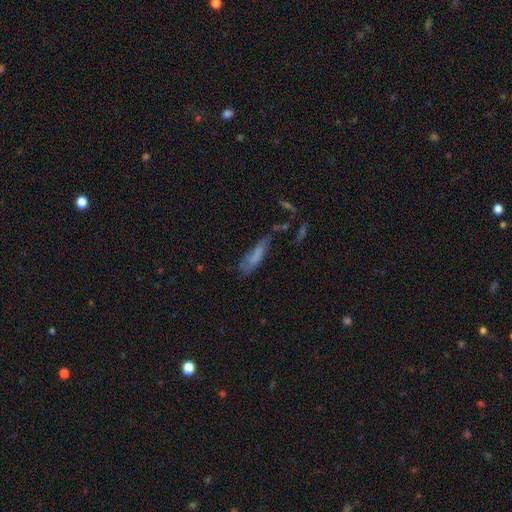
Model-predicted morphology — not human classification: Smooth or featured? smooth (60%)
How rounded? cigar-shaped (62%)
Merging? none (42%)